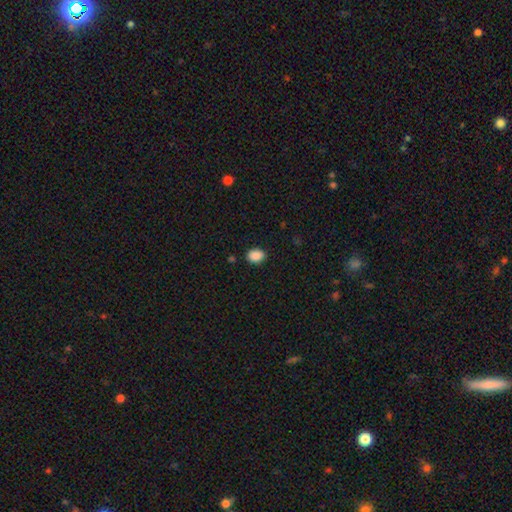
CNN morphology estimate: smooth_or_featured: smooth (p=0.89) [alt: star or artifact p=0.08]
how_rounded: in between (p=0.70) [alt: round p=0.29]
merging: none (p=0.88) [alt: minor disturbance p=0.09]